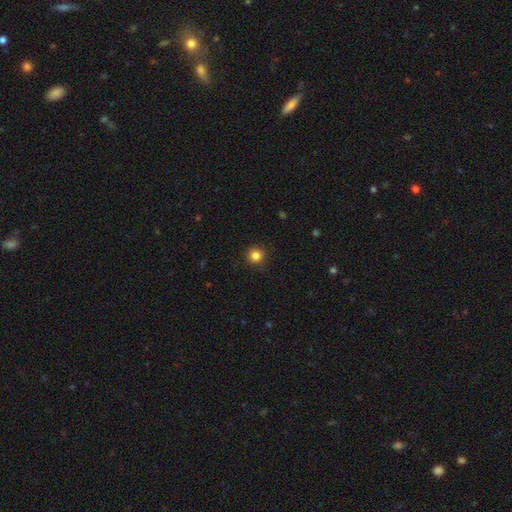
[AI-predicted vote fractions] Smooth or featured? Predicted: smooth (p=0.84). How rounded? Predicted: round (p=0.95). Merging? Predicted: none (p=0.91).